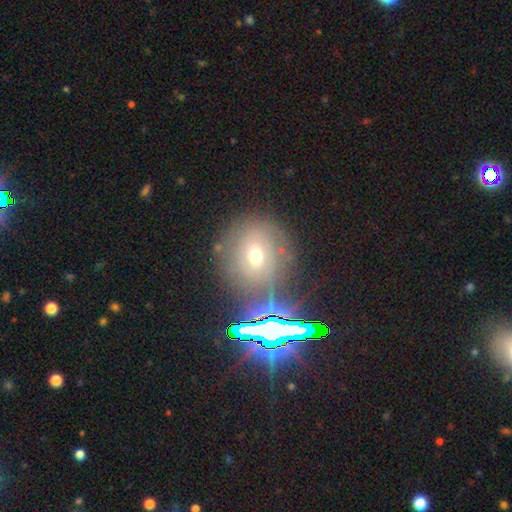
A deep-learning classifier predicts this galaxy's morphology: Smooth or featured? Predicted: smooth (p=0.50). Merging? Predicted: none (p=0.70).